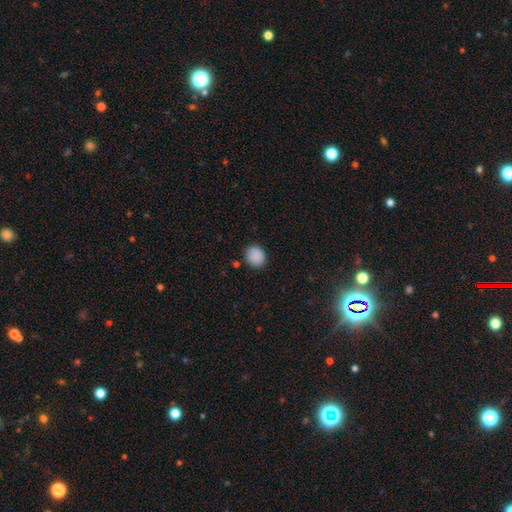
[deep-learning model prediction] Q: Smooth or featured?
A: smooth (88%); runner-up: star or artifact (8%)
Q: How rounded?
A: round (72%); runner-up: in between (27%)
Q: Merging?
A: none (84%); runner-up: minor disturbance (11%)